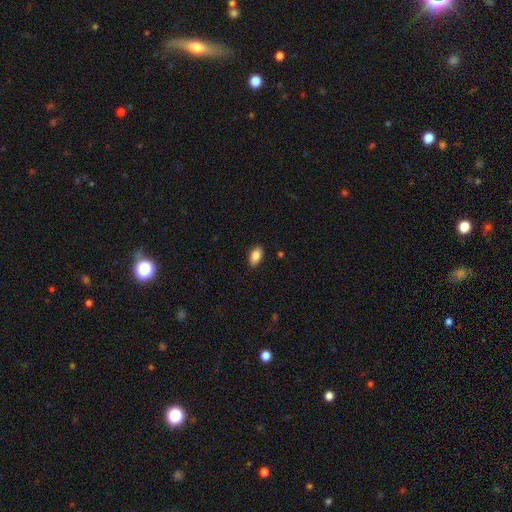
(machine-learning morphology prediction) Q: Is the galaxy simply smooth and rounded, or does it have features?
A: smooth — 86%.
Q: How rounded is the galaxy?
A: in between — 92%.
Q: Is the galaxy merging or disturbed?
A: none — 88%.